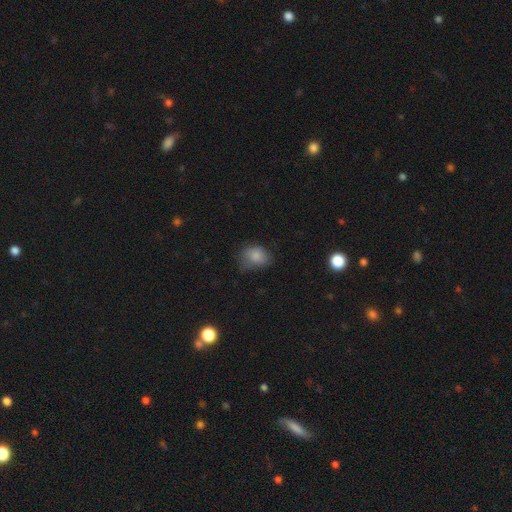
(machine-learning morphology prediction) type=smooth (81%); roundness=in between (59%); merging=none (47%).